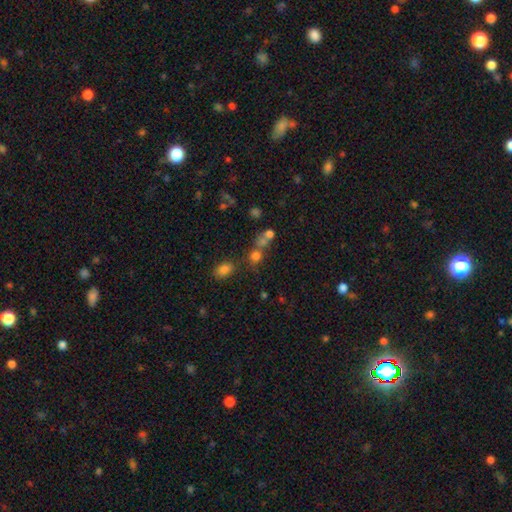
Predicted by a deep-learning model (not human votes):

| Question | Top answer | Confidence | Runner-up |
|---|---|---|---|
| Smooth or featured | smooth | 47% | star or artifact (42%) |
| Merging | none | 57% | merger (29%) |